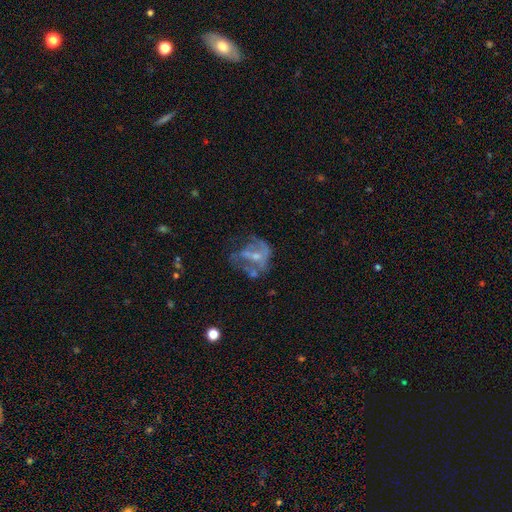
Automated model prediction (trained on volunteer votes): A featured or disk galaxy (67%) with no bar (61%), no spiral arms (64%) and a small central bulge (46%).

Vote fractions:
- Smooth or featured? featured or disk: 67% / smooth: 22% / star or artifact: 12%
- Edge-on disk? no: 97% / yes: 3%
- Bar? no: 61% / weak: 30% / strong: 9%
- Spiral arms? no: 64% / yes: 36%
- Bulge size? small: 46% / moderate: 35% / none: 17% / large: 2% / dominant: 1%
- Merging? major disturbance: 39% / none: 31% / minor disturbance: 19% / merger: 12%